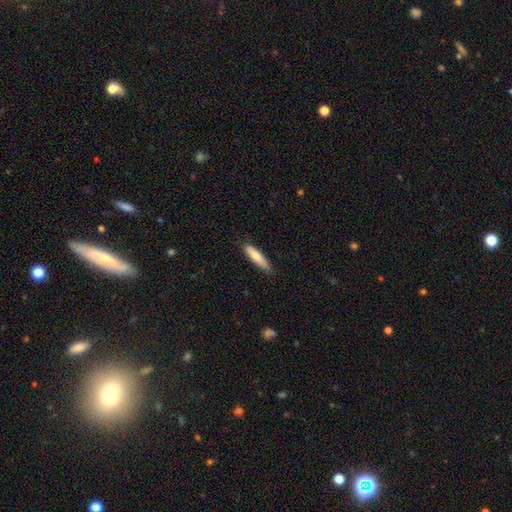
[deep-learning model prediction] Smooth or featured: smooth — 77% (featured or disk — 17%)
How rounded: cigar-shaped — 76% (in between — 23%)
Merging: none — 78% (minor disturbance — 18%)